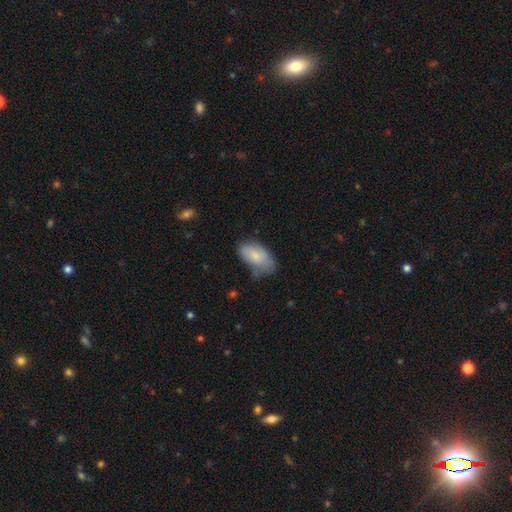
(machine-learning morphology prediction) smooth_or_featured: smooth (p=0.80) [alt: featured or disk p=0.14]
how_rounded: in between (p=0.94) [alt: round p=0.04]
merging: none (p=0.48) [alt: minor disturbance p=0.37]